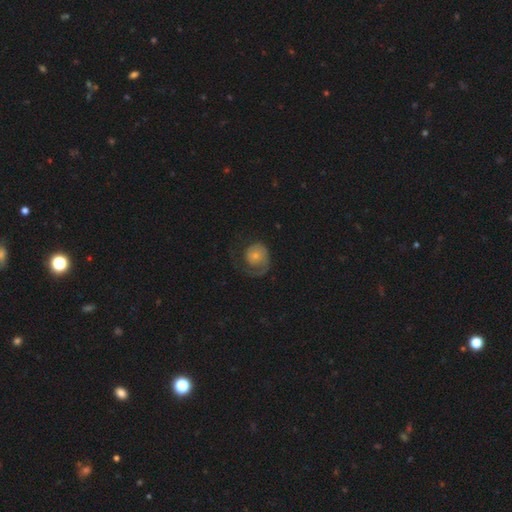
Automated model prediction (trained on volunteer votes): Overall: featured or disk (54%; smooth 39%). Edge-on disk: no (98%). Bar: no (81%). Spiral arms: yes (81%). Bulge size: small (55%; moderate 34%). Merging: none (43%; major disturbance 36%).